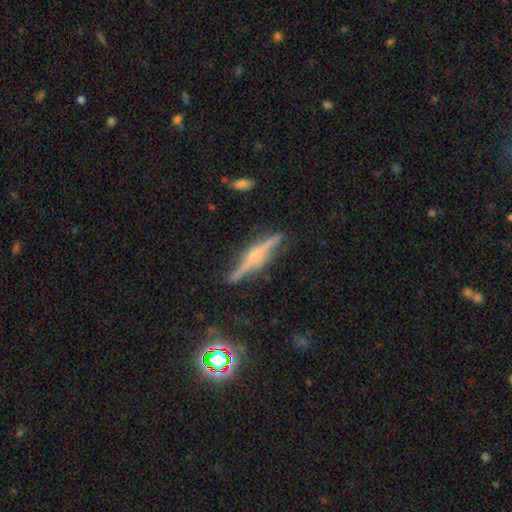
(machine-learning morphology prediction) The model was most divided on "smooth or featured": featured or disk: 81%, smooth: 11%, star or artifact: 8%. More confident: edge-on disk — yes (97%); edge-on bulge — rounded (86%); merging — none (85%).